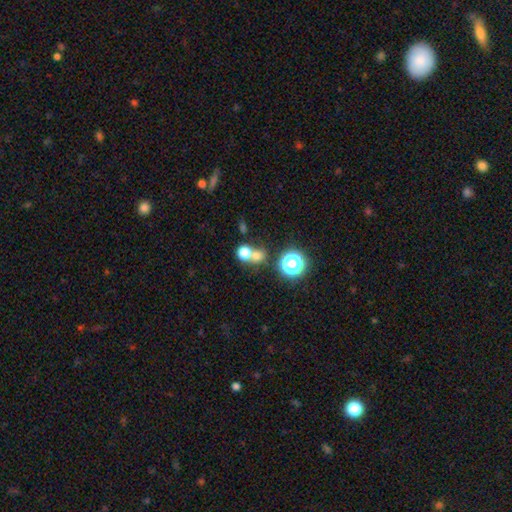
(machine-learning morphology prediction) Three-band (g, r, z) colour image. It shows a smooth galaxy with no disk features (69%) that is round (81%). Merging: none (49%).